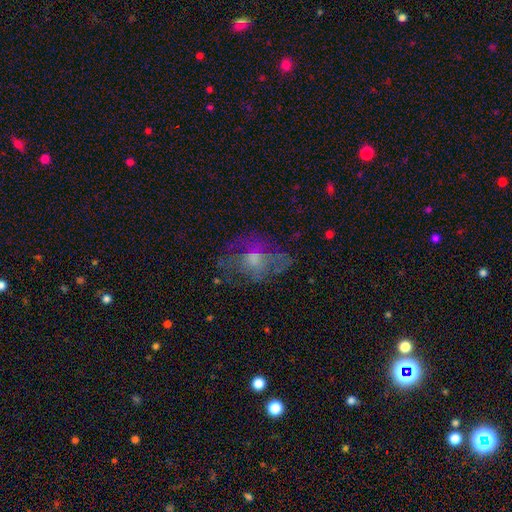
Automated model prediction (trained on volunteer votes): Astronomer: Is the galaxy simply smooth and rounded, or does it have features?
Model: featured or disk — 49% (runner-up: smooth, 37%).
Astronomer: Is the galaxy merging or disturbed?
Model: none — 50% (runner-up: major disturbance, 27%).